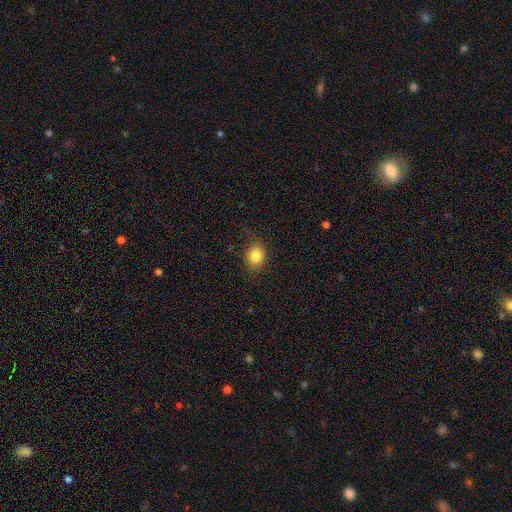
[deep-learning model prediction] Smooth or featured? Predicted: smooth (p=0.83). How rounded? Predicted: round (p=0.62). Merging? Predicted: none (p=0.79).